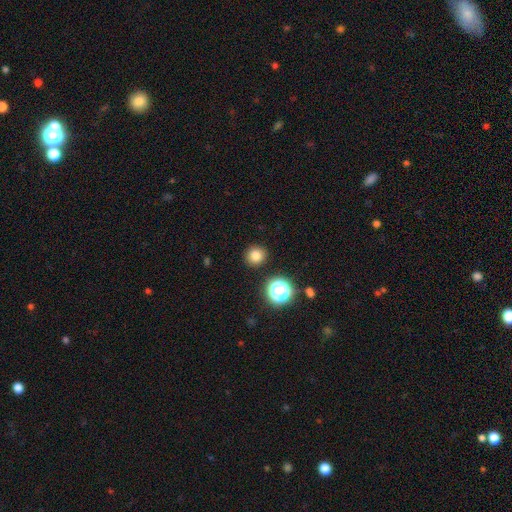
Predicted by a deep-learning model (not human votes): smooth_or_featured: smooth (p=0.79) [alt: star or artifact p=0.15]
how_rounded: round (p=0.89) [alt: in between p=0.10]
merging: none (p=0.89) [alt: minor disturbance p=0.06]